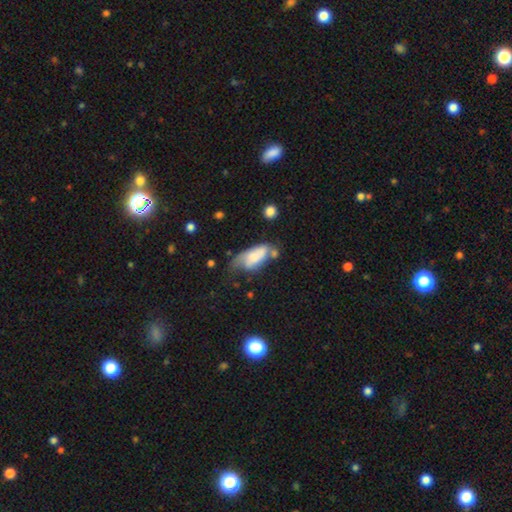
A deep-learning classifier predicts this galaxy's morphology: This appears to be a smooth galaxy with no disk features (55%) that is in between round and cigar-shaped (86%). Merging: minor disturbance (31%).